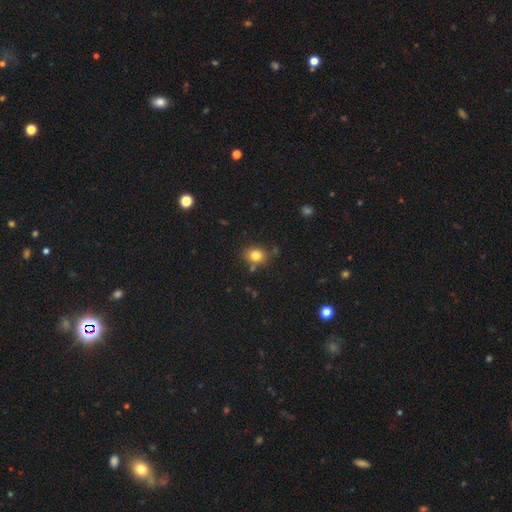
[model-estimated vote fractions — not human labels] A smooth galaxy with no disk features (81%) that is round (61%). Merging: none (77%).